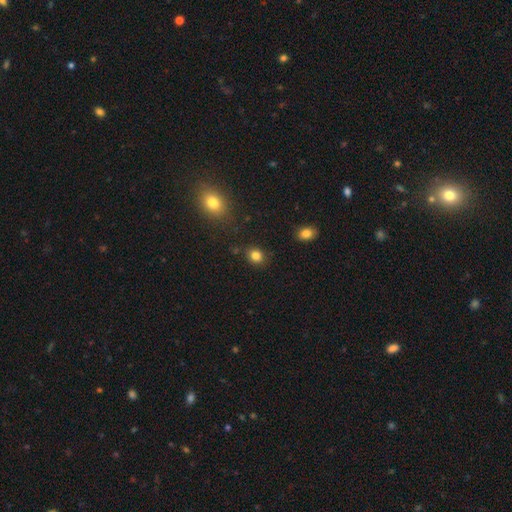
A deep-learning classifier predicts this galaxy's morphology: The model was most divided on "how rounded": round: 68%, in between: 31%, cigar-shaped: 1%. More confident: merging — none (85%); smooth or featured — smooth (83%).